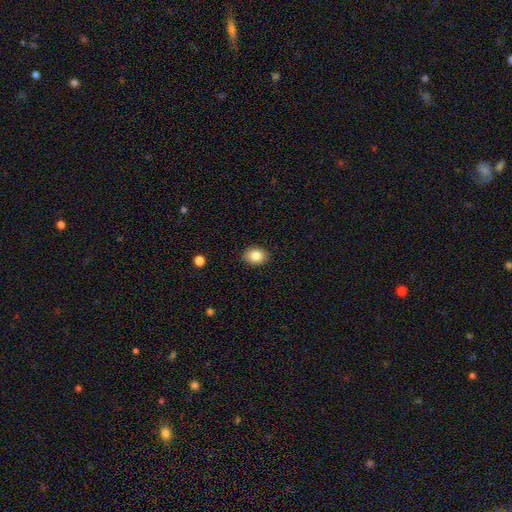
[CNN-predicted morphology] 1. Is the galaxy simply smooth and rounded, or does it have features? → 82% smooth, 9% featured or disk, 9% star or artifact.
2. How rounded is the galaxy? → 64% in between, 35% round, 1% cigar-shaped.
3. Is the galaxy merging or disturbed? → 89% none, 8% minor disturbance, 2% major disturbance, 1% merger.